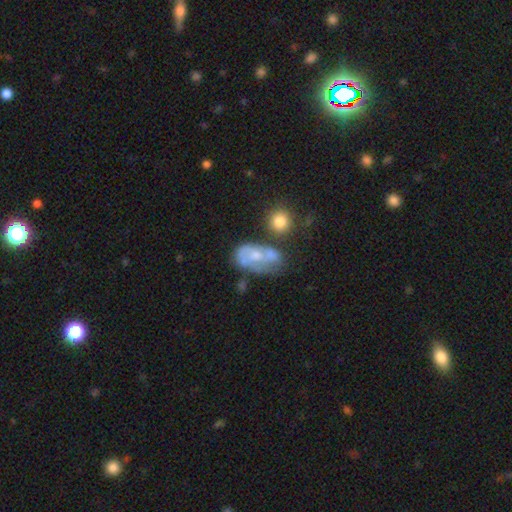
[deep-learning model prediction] Q: Smooth or featured?
A: featured or disk (53%); runner-up: smooth (38%)
Q: Edge-on disk?
A: no (95%); runner-up: yes (5%)
Q: Bar?
A: no (78%); runner-up: weak (18%)
Q: Spiral arms?
A: no (58%); runner-up: yes (42%)
Q: Bulge size?
A: moderate (48%); runner-up: small (39%)
Q: Merging?
A: none (31%); runner-up: merger (30%)